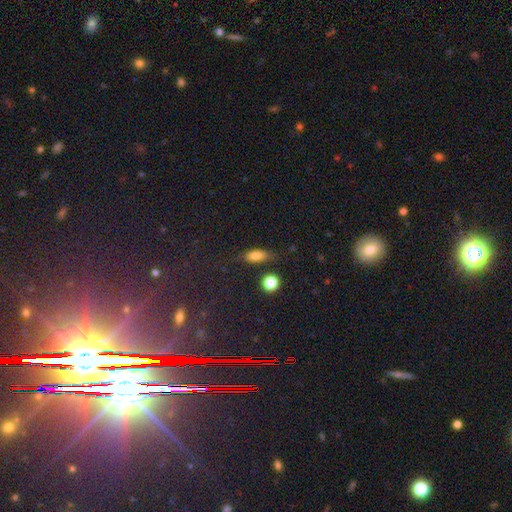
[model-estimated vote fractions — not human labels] Morphology: type=smooth (78%); roundness=in between (73%); merging=none (67%).